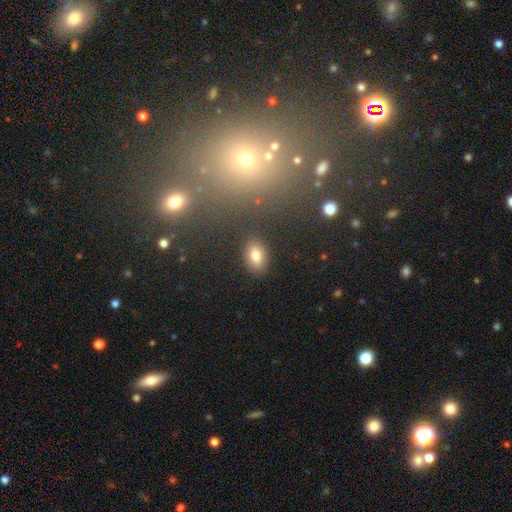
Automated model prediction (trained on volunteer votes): Morphology: type=smooth (79%); roundness=in between (74%); merging=none (86%).